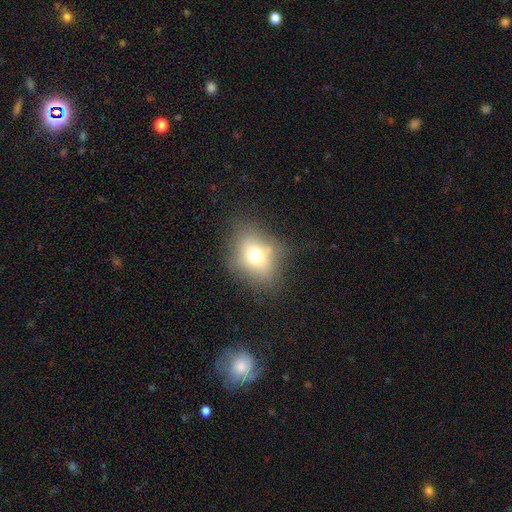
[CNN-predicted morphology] smooth-or-featured: smooth: 63% | featured or disk: 22% | star or artifact: 15%
  how-rounded: in between: 56% | round: 41% | cigar-shaped: 2%
  merging: none: 68% | minor disturbance: 18% | major disturbance: 10% | merger: 4%